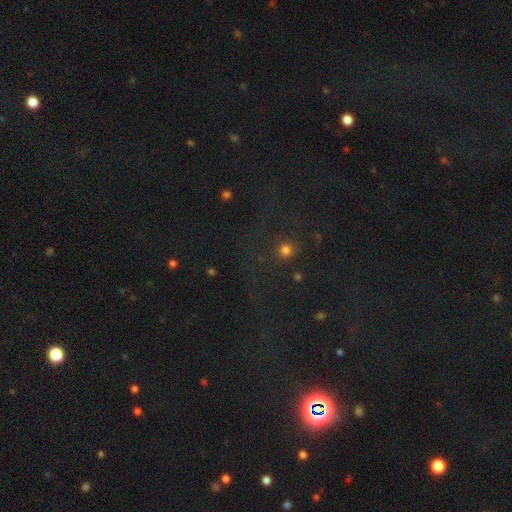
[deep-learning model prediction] Smooth or featured?
  - star or artifact: 72% *
  - smooth: 19%
  - featured or disk: 9%